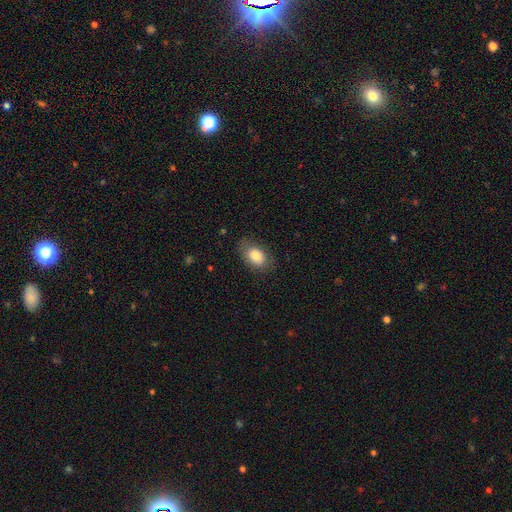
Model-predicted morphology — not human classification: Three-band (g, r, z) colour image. It shows a smooth galaxy with no disk features (81%) that is in between round and cigar-shaped (89%). Merging: none (77%).